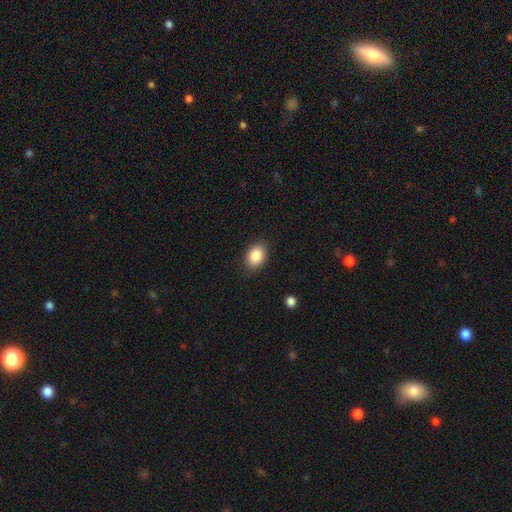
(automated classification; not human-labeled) A smooth galaxy with no disk features (87%) that is in between round and cigar-shaped (80%).

Vote fractions:
- Smooth or featured? smooth: 87% / star or artifact: 8% / featured or disk: 5%
- How rounded? in between: 80% / round: 19% / cigar-shaped: 1%
- Merging? none: 87% / minor disturbance: 10% / major disturbance: 3% / merger: 1%